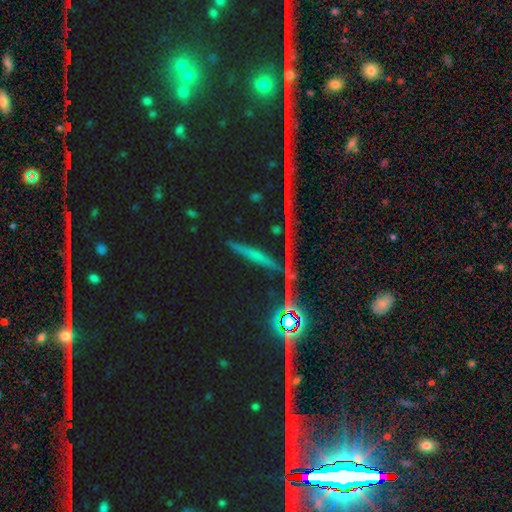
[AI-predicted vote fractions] The model was most divided on "smooth or featured": star or artifact: 48%, featured or disk: 29%, smooth: 23%.